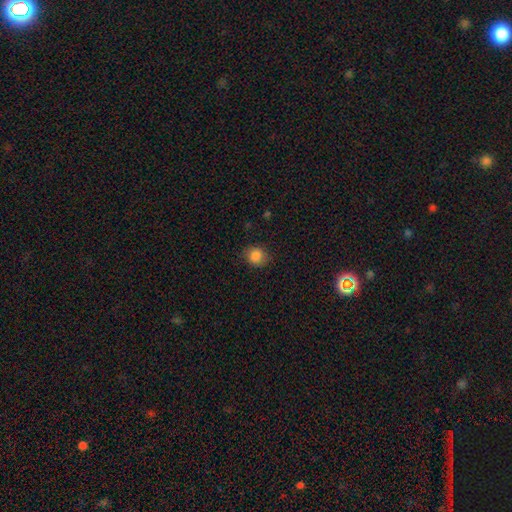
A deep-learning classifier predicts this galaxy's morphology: Smooth or featured? smooth (86%)
How rounded? round (81%)
Merging? none (83%)